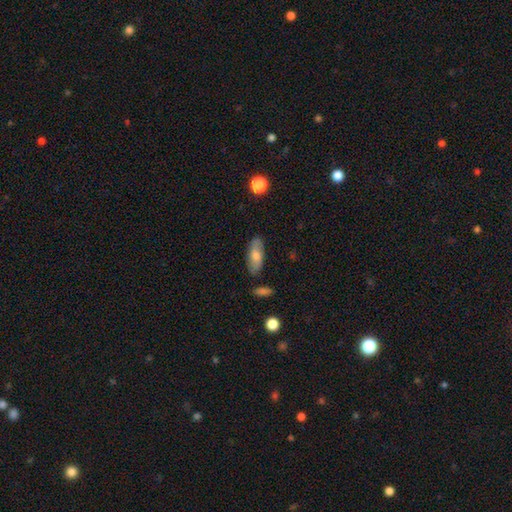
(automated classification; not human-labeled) smooth_or_featured: smooth (p=0.67) [alt: featured or disk p=0.27]
how_rounded: in between (p=0.77) [alt: cigar-shaped p=0.20]
merging: none (p=0.82) [alt: minor disturbance p=0.13]